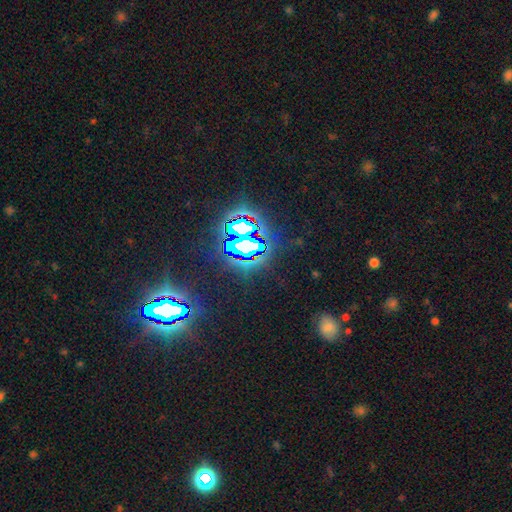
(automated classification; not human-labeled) Smooth or featured? star or artifact (79%)